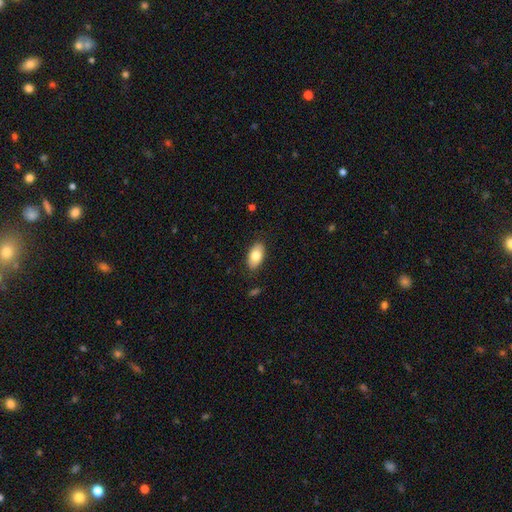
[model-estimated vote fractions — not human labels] smooth 80%, featured or disk 14%, star or artifact 6%. Down the decision tree: how rounded — in between (93%); merging — none (86%).